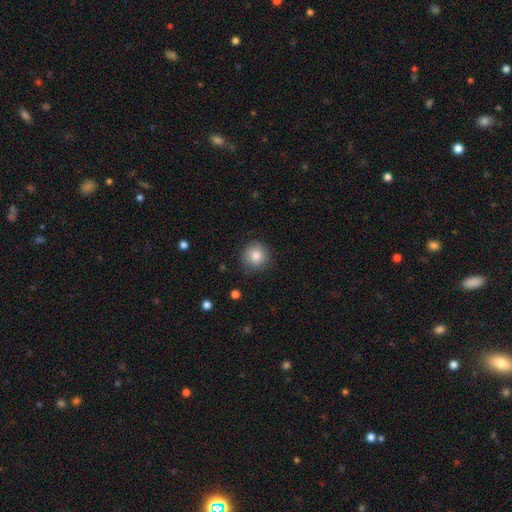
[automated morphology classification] smooth 84%, star or artifact 9%, featured or disk 7%. Down the decision tree: how rounded — round (94%); merging — none (87%).